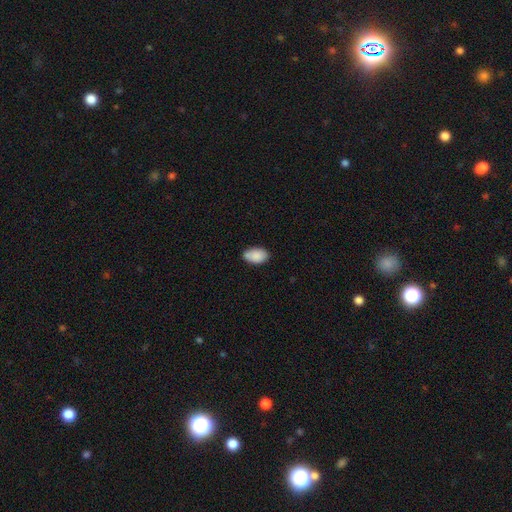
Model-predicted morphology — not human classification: Smooth or featured: smooth — 88% (star or artifact — 7%)
How rounded: in between — 92% (round — 7%)
Merging: none — 72% (minor disturbance — 21%)